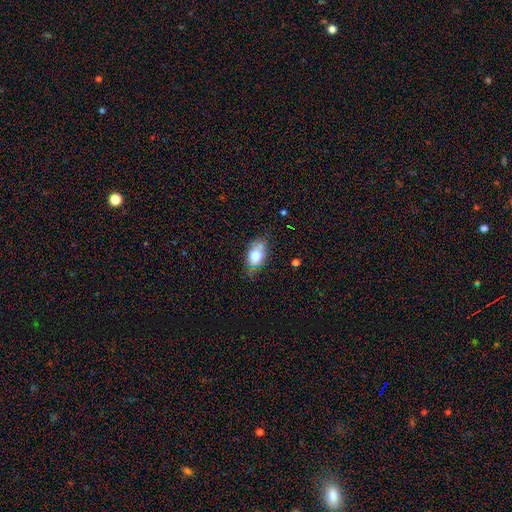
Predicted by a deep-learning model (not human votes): smooth 74%, featured or disk 18%, star or artifact 8%. Down the decision tree: how rounded — in between (88%); merging — none (63%).